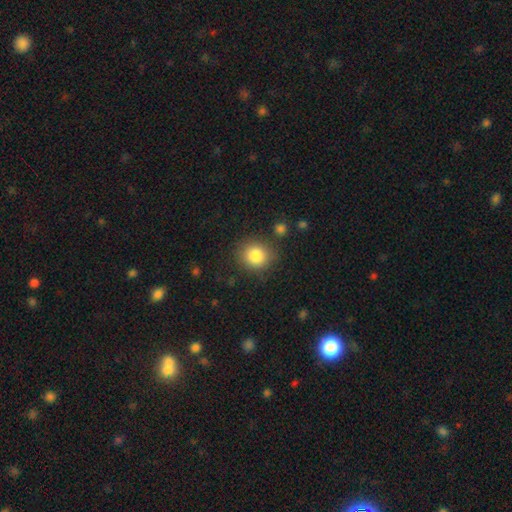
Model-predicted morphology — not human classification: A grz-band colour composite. It shows a smooth galaxy with no disk features (84%) that is round (84%). Merging: none (83%).